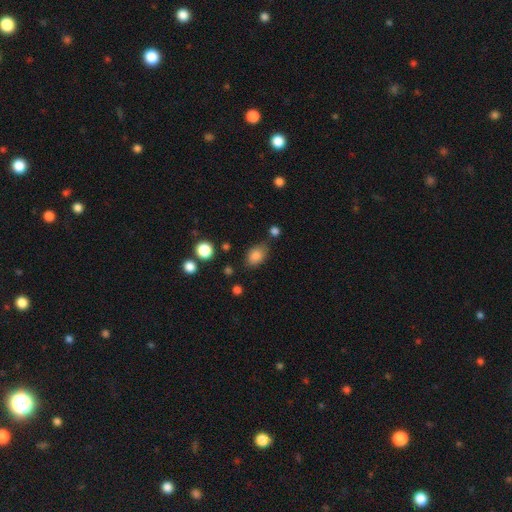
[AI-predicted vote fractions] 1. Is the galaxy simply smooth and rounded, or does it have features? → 84% smooth, 10% star or artifact, 6% featured or disk.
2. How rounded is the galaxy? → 79% in between, 20% round, 1% cigar-shaped.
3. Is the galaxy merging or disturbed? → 72% none, 18% minor disturbance, 5% major disturbance, 5% merger.